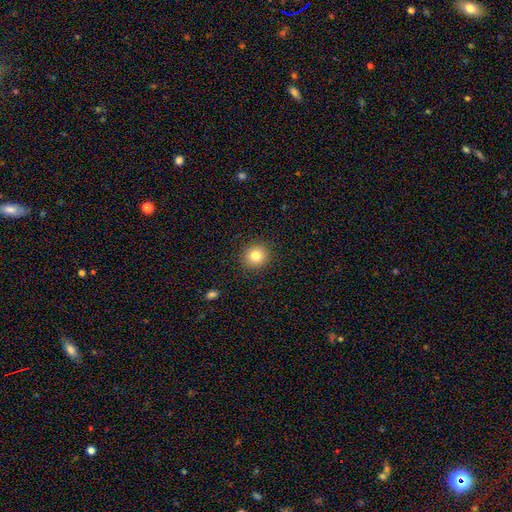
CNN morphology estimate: This appears to be a smooth galaxy with no disk features (81%) that is round (90%). Merging: none (91%).